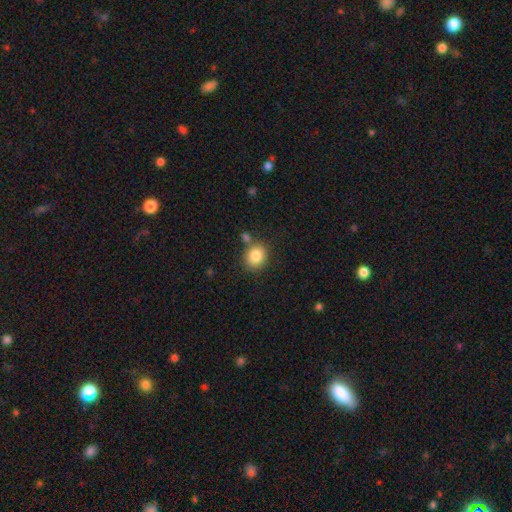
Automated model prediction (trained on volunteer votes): A smooth galaxy with no disk features (85%) that is round (68%). Merging: none (73%).